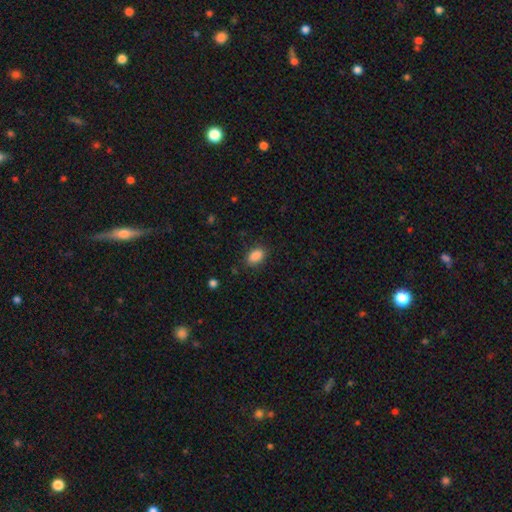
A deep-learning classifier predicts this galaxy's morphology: type=smooth (88%); roundness=in between (88%); merging=none (84%).